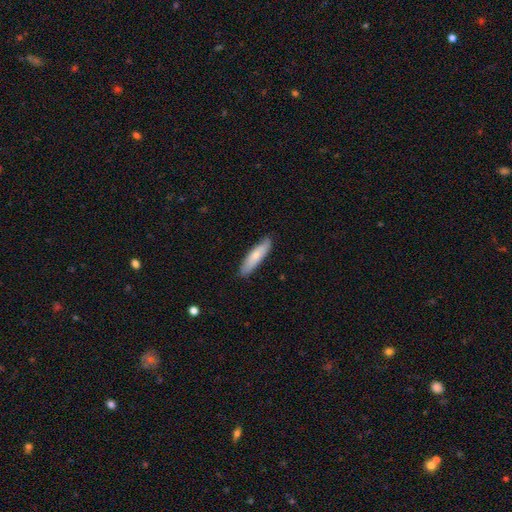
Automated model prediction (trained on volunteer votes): Smooth or featured? Predicted: smooth (p=0.73). How rounded? Predicted: cigar-shaped (p=0.73). Merging? Predicted: none (p=0.84).